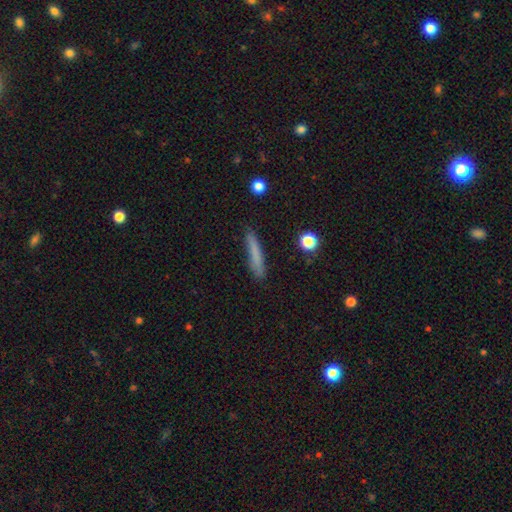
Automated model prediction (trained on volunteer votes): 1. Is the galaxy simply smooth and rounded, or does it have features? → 77% smooth, 15% featured or disk, 8% star or artifact.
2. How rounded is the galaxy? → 92% cigar-shaped, 6% in between, 2% round.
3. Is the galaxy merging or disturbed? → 81% none, 14% minor disturbance, 3% major disturbance, 2% merger.